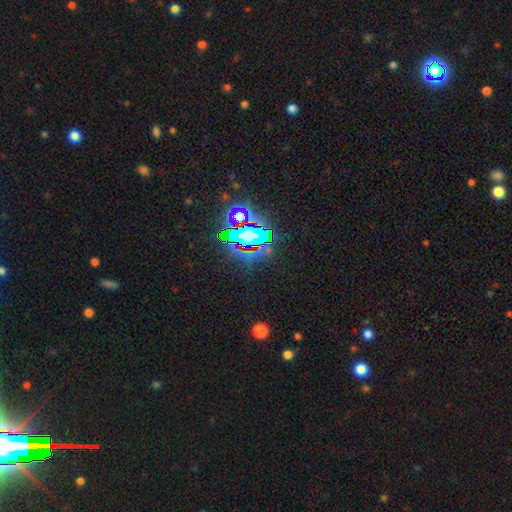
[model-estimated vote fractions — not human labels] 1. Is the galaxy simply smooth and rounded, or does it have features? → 82% star or artifact, 11% smooth, 7% featured or disk.